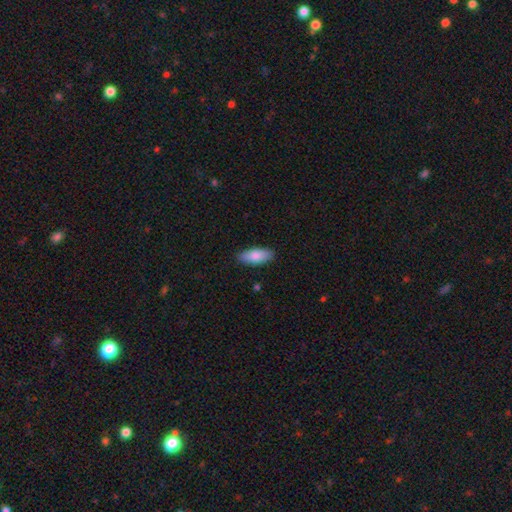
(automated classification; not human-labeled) A smooth galaxy with no disk features (83%) that is in between round and cigar-shaped (80%).

Vote fractions:
- Smooth or featured? smooth: 83% / featured or disk: 11% / star or artifact: 6%
- How rounded? in between: 80% / cigar-shaped: 18% / round: 2%
- Merging? none: 88% / minor disturbance: 10% / major disturbance: 2% / merger: 1%